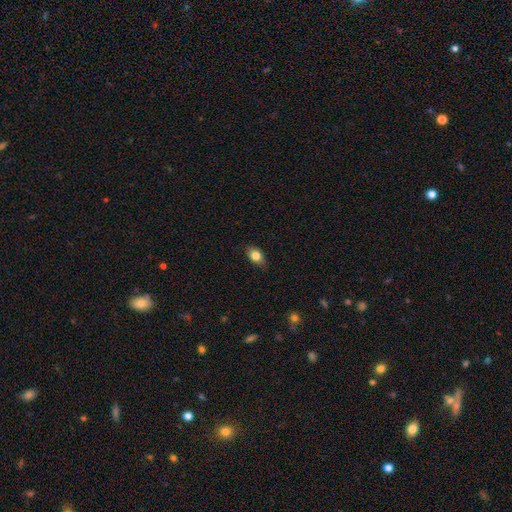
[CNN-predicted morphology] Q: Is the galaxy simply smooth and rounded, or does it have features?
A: smooth — 81%.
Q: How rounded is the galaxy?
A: in between — 79%.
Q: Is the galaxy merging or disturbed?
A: none — 82%.